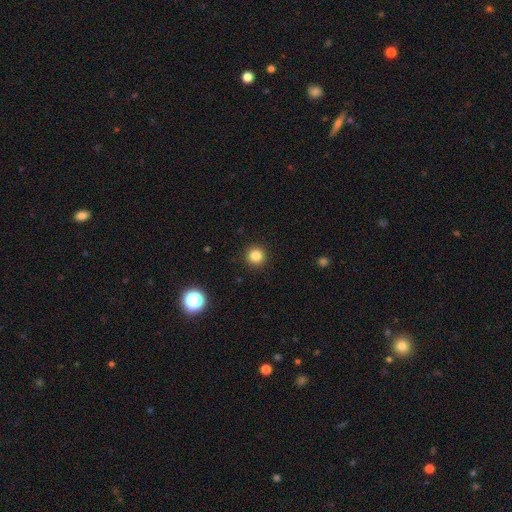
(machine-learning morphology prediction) A smooth galaxy with no disk features (83%) that is round (96%). Merging: none (92%).